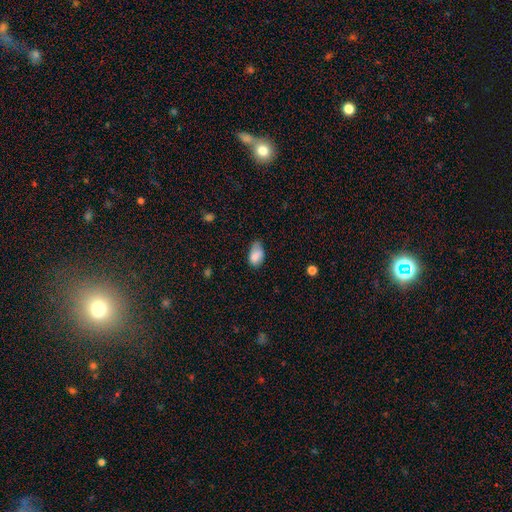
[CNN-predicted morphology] The model was most divided on "merging": none: 47%, minor disturbance: 40%, major disturbance: 10%, merger: 2%. More confident: how rounded — in between (90%); smooth or featured — smooth (83%).